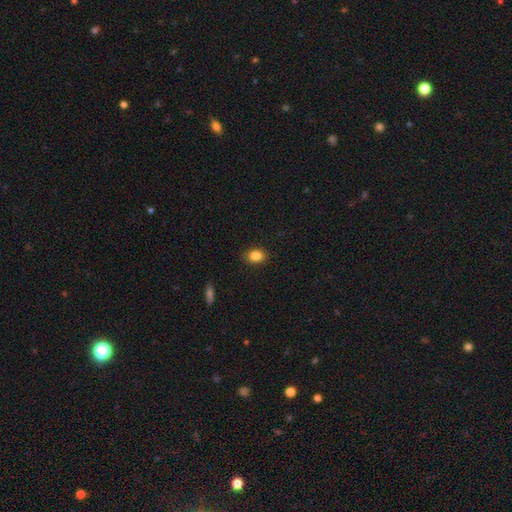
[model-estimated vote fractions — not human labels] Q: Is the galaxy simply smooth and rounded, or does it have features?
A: smooth — 85%.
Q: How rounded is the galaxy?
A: in between — 66%.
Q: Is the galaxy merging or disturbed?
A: none — 88%.